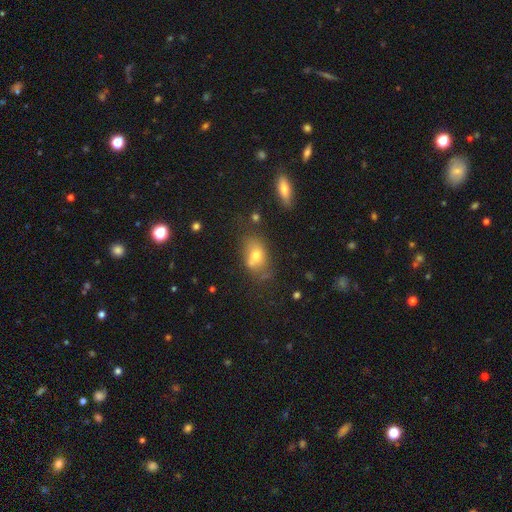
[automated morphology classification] A smooth galaxy with no disk features (65%) that is in between round and cigar-shaped (78%).

Vote fractions:
- Smooth or featured? smooth: 65% / featured or disk: 21% / star or artifact: 14%
- How rounded? in between: 78% / round: 19% / cigar-shaped: 3%
- Merging? none: 54% / minor disturbance: 23% / merger: 12% / major disturbance: 11%